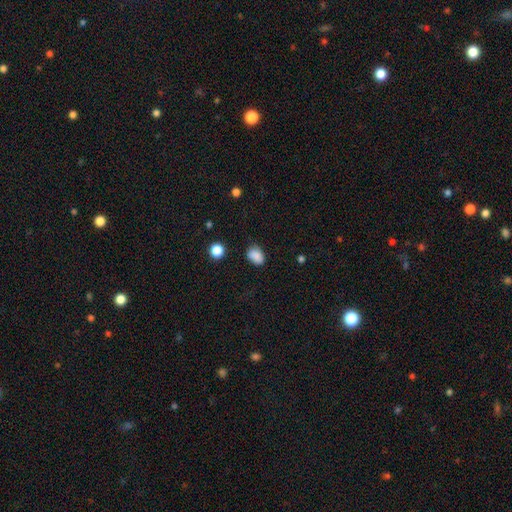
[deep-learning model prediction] smooth-or-featured: smooth: 86% | star or artifact: 9% | featured or disk: 4%
  how-rounded: in between: 75% | round: 24% | cigar-shaped: 1%
  merging: none: 73% | minor disturbance: 21% | major disturbance: 4% | merger: 2%